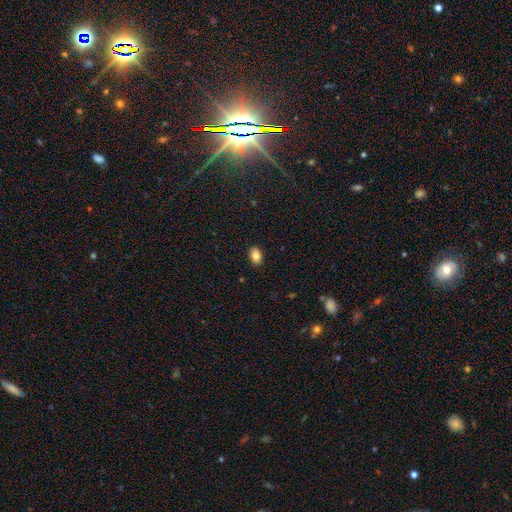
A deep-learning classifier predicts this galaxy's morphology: This appears to be a smooth galaxy with no disk features (85%) that is in between round and cigar-shaped (89%). Merging: none (89%).